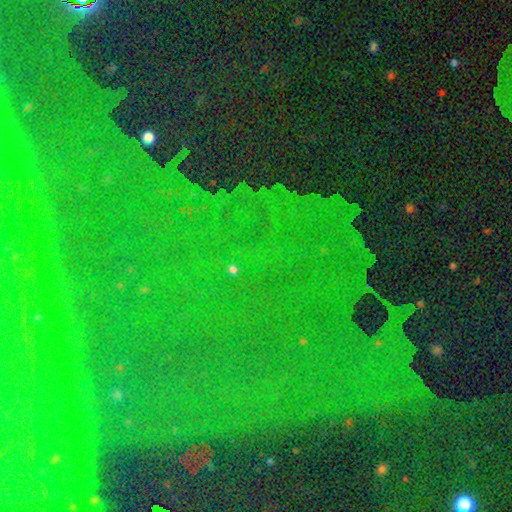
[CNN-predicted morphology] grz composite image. It shows a star or artifact, not a galaxy (85%).